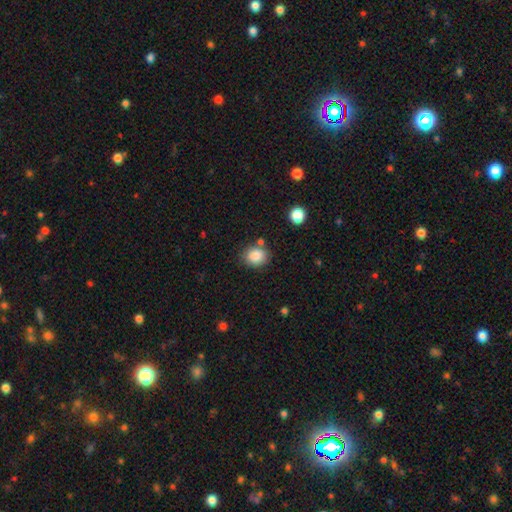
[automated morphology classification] Smooth or featured? smooth (86%)
How rounded? round (60%)
Merging? none (77%)